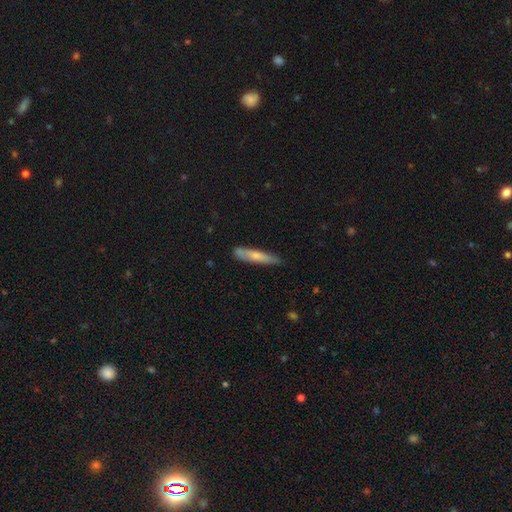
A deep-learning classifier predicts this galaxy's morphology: Smooth or featured? smooth (63%)
How rounded? cigar-shaped (89%)
Merging? none (78%)